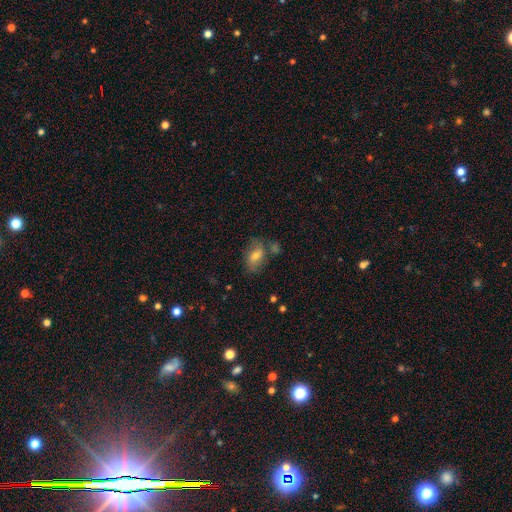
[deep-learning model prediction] smooth 55%, featured or disk 33%, star or artifact 12%. Down the decision tree: how rounded — in between (84%); merging — none (62%).